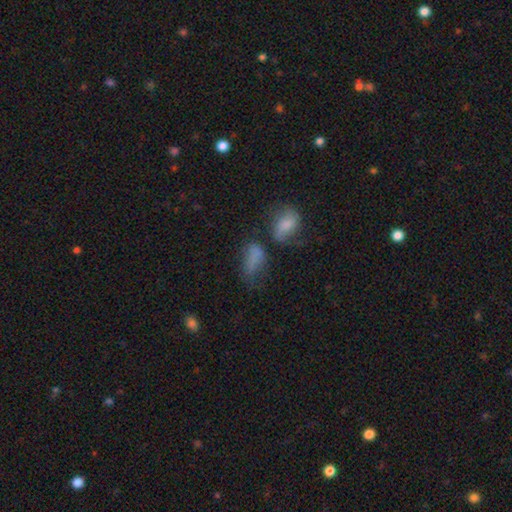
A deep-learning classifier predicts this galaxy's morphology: A smooth galaxy with no disk features (66%) that is in between round and cigar-shaped (79%).

Vote fractions:
- Smooth or featured? smooth: 66% / star or artifact: 17% / featured or disk: 17%
- How rounded? in between: 79% / round: 11% / cigar-shaped: 10%
- Merging? none: 31% (tied) / merger: 31% (tied) / minor disturbance: 20% / major disturbance: 18%